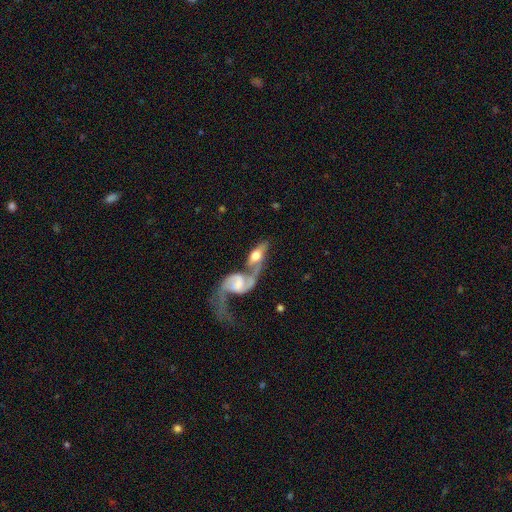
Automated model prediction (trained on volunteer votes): Smooth or featured?
  - featured or disk: 68% *
  - smooth: 26%
  - star or artifact: 6%
Edge-on disk?
  - no: 80% *
  - yes: 20%
Bar?
  - no: 53% *
  - weak: 33%
  - strong: 14%
Spiral arms?
  - yes: 80% *
  - no: 20%
Bulge size?
  - moderate: 38% *
  - large: 27%
  - small: 20%
  - none: 10%
  - dominant: 4%
Merging?
  - merger: 67% *
  - none: 16%
  - major disturbance: 10%
  - minor disturbance: 8%